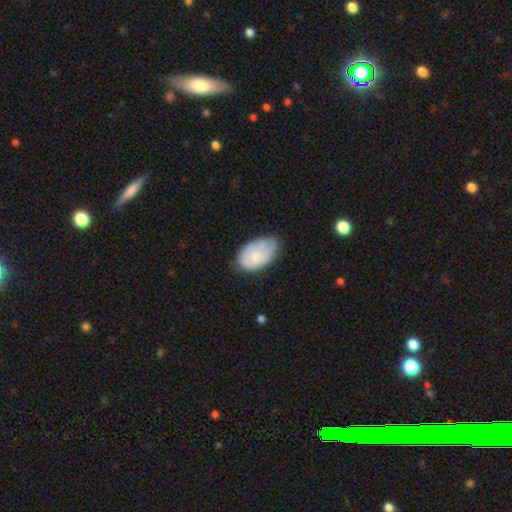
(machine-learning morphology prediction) smooth 69%, featured or disk 25%, star or artifact 6%. Down the decision tree: how rounded — in between (92%); merging — none (57%).